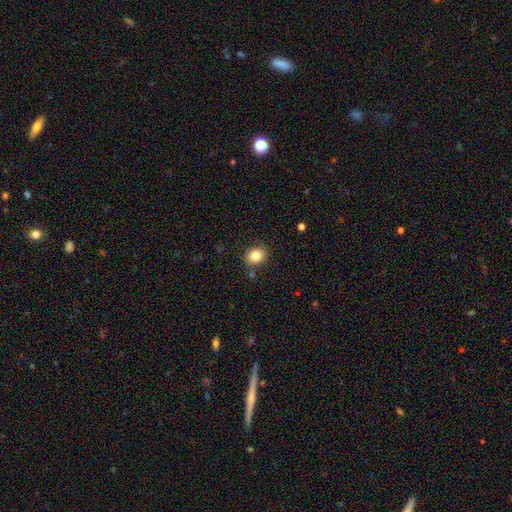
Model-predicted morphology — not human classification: Q: Smooth or featured?
A: smooth (83%); runner-up: star or artifact (10%)
Q: How rounded?
A: round (62%); runner-up: in between (37%)
Q: Merging?
A: none (85%); runner-up: minor disturbance (9%)